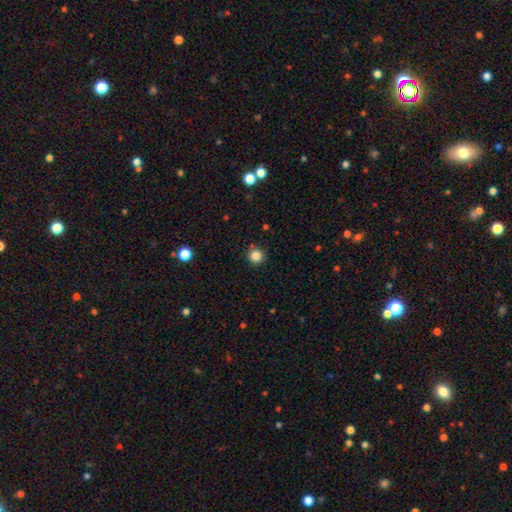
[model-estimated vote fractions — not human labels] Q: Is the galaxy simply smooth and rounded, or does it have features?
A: smooth — 84%.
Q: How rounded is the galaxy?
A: round — 95%.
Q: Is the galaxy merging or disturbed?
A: none — 87%.